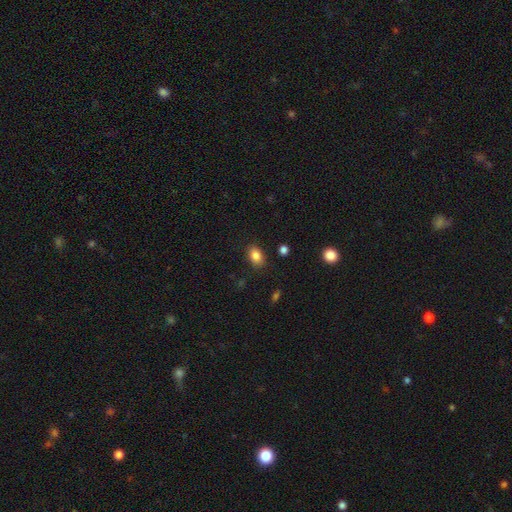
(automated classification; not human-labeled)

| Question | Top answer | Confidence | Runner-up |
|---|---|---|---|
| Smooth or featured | smooth | 85% | star or artifact (9%) |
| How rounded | in between | 83% | round (16%) |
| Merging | none | 85% | minor disturbance (11%) |